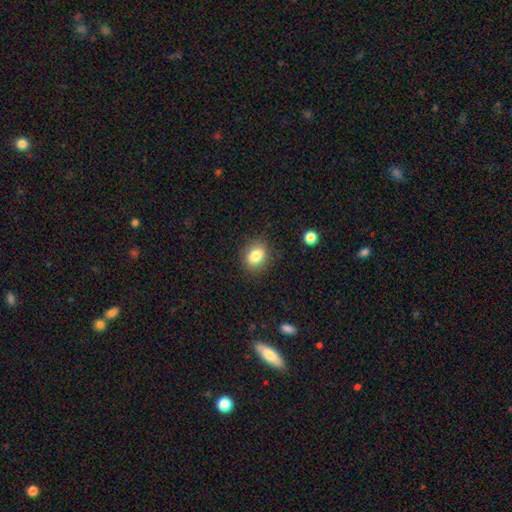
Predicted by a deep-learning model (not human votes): smooth-or-featured: smooth: 82% | star or artifact: 10% | featured or disk: 8%
  how-rounded: round: 50% | in between: 49% | cigar-shaped: 1%
  merging: none: 86% | minor disturbance: 10% | major disturbance: 3% | merger: 1%